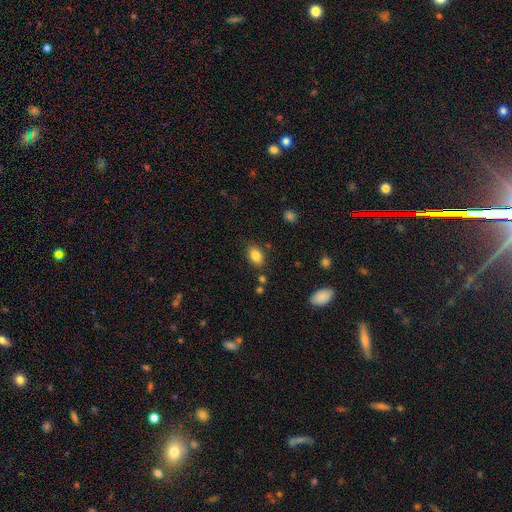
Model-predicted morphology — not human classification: Smooth or featured? Predicted: smooth (p=0.85). How rounded? Predicted: in between (p=0.85). Merging? Predicted: none (p=0.81).